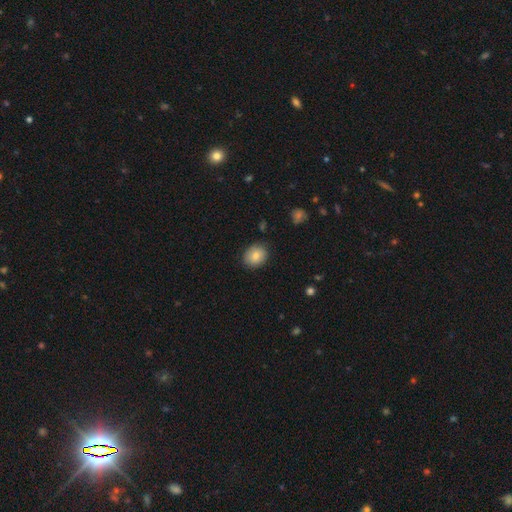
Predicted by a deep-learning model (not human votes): smooth_or_featured: smooth (p=0.81) [alt: featured or disk p=0.10]
how_rounded: round (p=0.52) [alt: in between p=0.47]
merging: none (p=0.84) [alt: minor disturbance p=0.12]